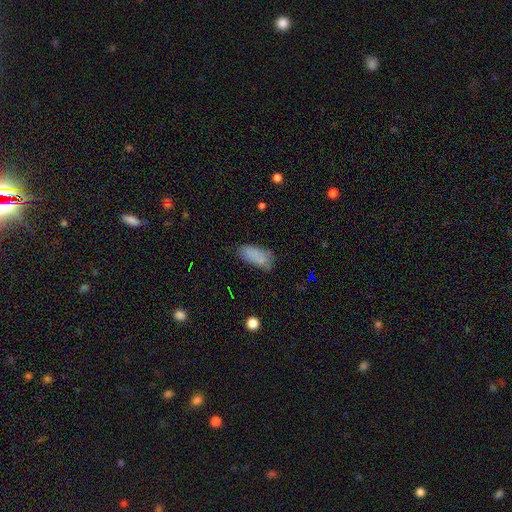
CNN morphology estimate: A smooth galaxy with no disk features (82%) that is in between round and cigar-shaped (87%).

Vote fractions:
- Smooth or featured? smooth: 82% / star or artifact: 10% / featured or disk: 8%
- How rounded? in between: 87% / cigar-shaped: 11% / round: 3%
- Merging? none: 64% / minor disturbance: 25% / major disturbance: 7% / merger: 4%